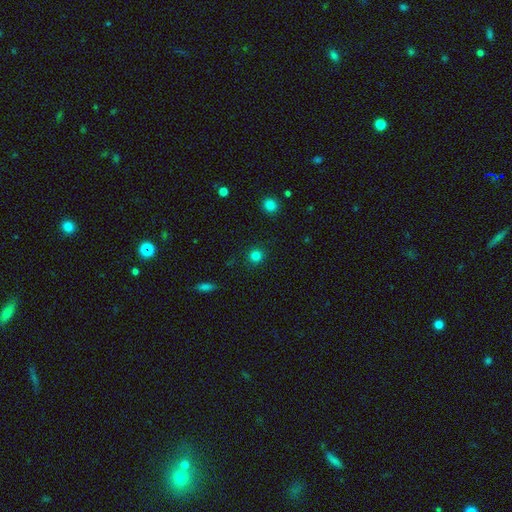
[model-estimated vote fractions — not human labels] Q: Smooth or featured?
A: smooth (81%); runner-up: star or artifact (14%)
Q: How rounded?
A: round (92%); runner-up: in between (7%)
Q: Merging?
A: none (90%); runner-up: minor disturbance (6%)